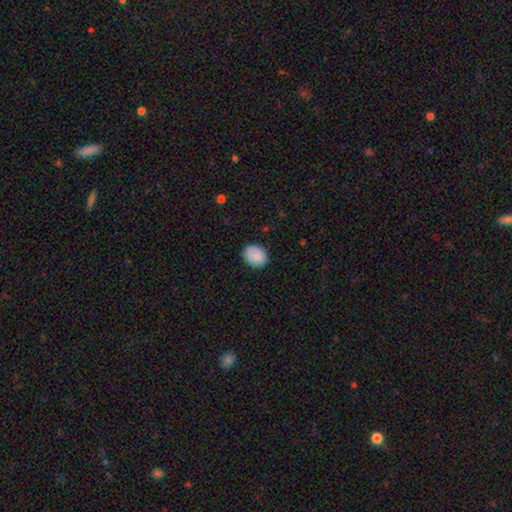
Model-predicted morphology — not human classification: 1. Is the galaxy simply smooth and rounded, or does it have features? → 84% smooth, 9% featured or disk, 7% star or artifact.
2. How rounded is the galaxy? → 54% in between, 46% round, 1% cigar-shaped.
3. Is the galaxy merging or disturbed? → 82% none, 15% minor disturbance, 3% major disturbance, 1% merger.